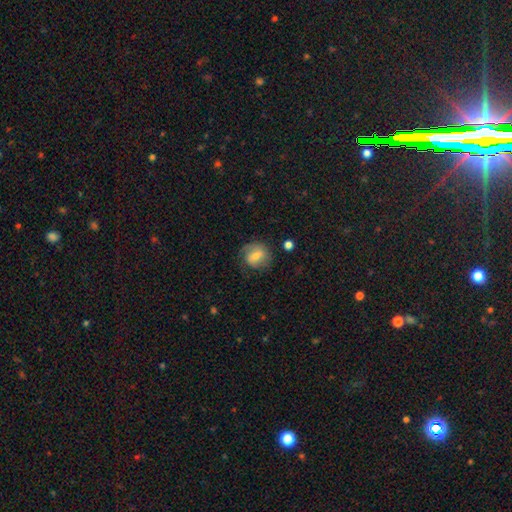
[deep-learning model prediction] Smooth or featured? smooth (55%)
How rounded? round (72%)
Merging? none (68%)